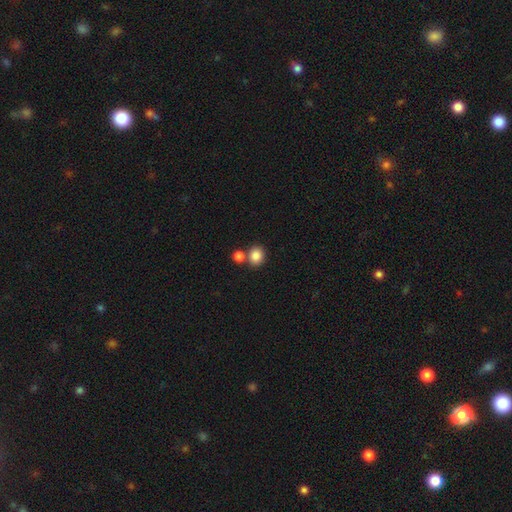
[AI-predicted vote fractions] This is clearly a smooth galaxy (85%). How rounded: likely round (73%). Merging: possibly none (59%).